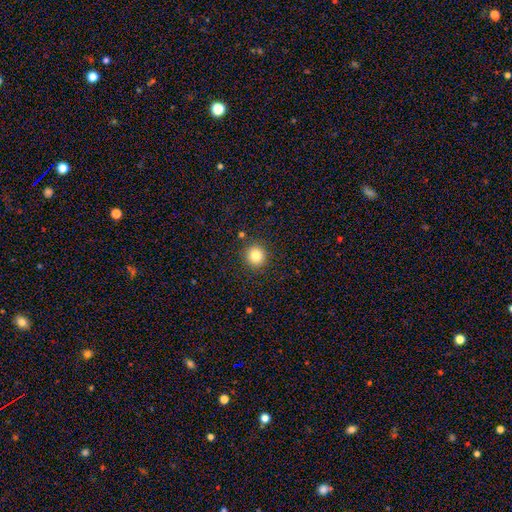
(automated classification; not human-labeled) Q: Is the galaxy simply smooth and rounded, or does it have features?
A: smooth — 82%.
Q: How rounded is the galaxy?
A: round — 93%.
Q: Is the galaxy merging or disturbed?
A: none — 90%.